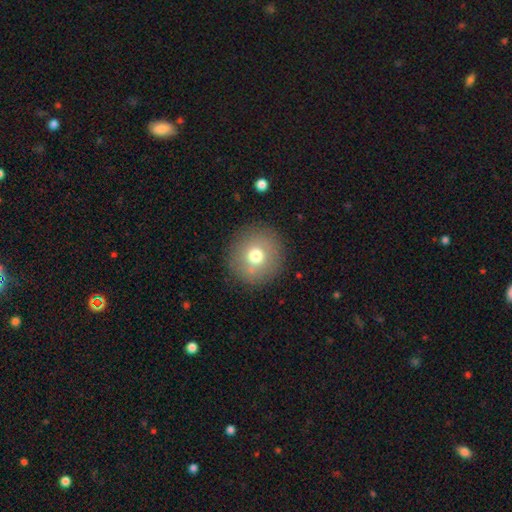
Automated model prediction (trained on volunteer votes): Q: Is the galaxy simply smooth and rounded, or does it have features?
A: smooth — 72%.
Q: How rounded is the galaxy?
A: round — 95%.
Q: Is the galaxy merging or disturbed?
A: none — 88%.